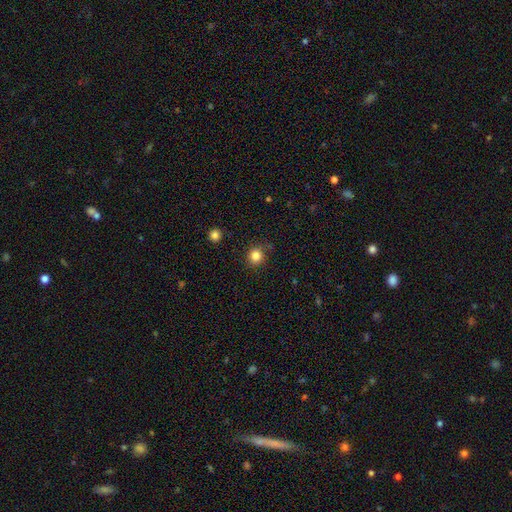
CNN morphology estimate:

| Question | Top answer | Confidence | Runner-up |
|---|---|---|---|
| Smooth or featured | smooth | 84% | star or artifact (12%) |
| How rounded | round | 91% | in between (8%) |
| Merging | none | 86% | minor disturbance (9%) |